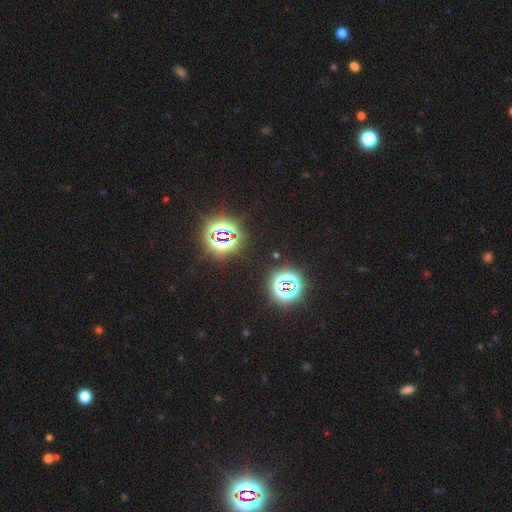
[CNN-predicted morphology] smooth_or_featured: star or artifact (p=0.80) [alt: smooth p=0.13]